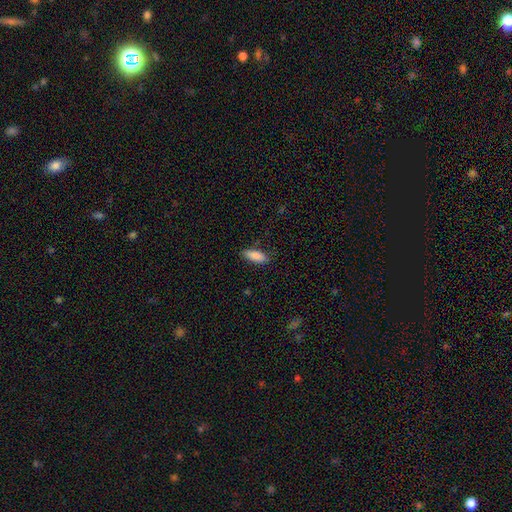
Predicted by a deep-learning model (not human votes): Overall: smooth (88%). How rounded: in between (74%). Merging: none (84%).